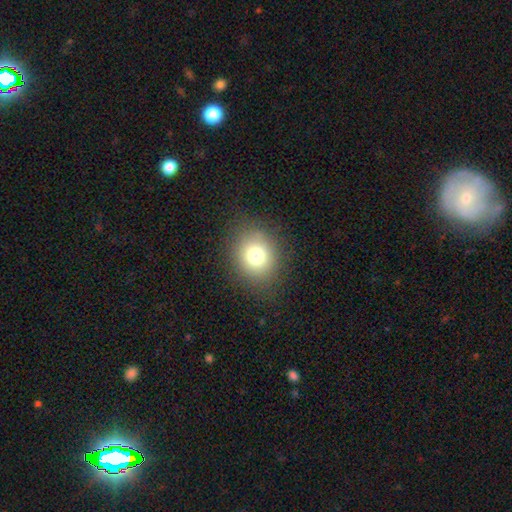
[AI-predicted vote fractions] smooth-or-featured: smooth: 77% | star or artifact: 13% | featured or disk: 10%
  how-rounded: round: 73% | in between: 26% | cigar-shaped: 1%
  merging: none: 85% | minor disturbance: 9% | major disturbance: 4% | merger: 1%